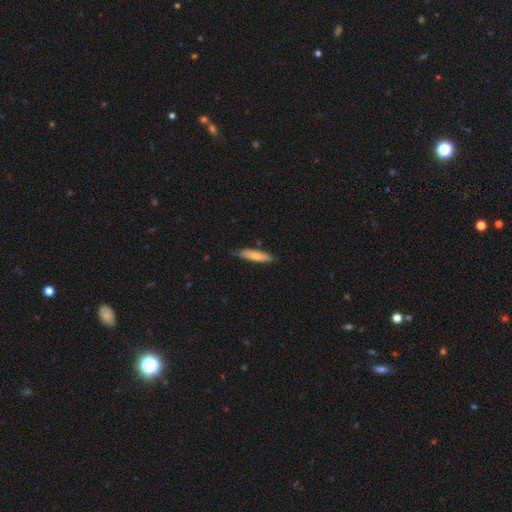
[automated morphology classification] This appears to be a smooth galaxy with no disk features (71%) that is cigar-shaped (72%). Merging: none (81%).